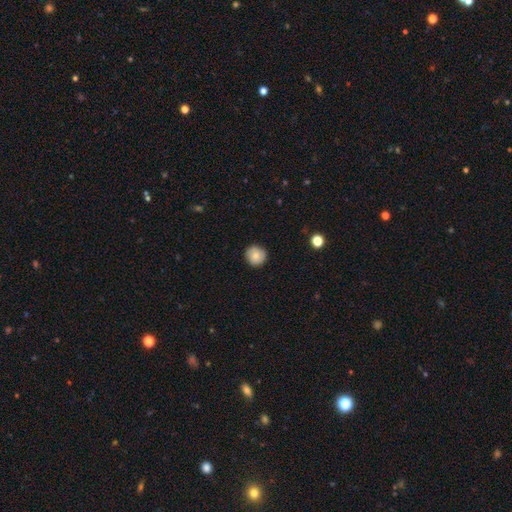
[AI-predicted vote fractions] Smooth or featured? smooth (77%)
How rounded? round (92%)
Merging? none (88%)